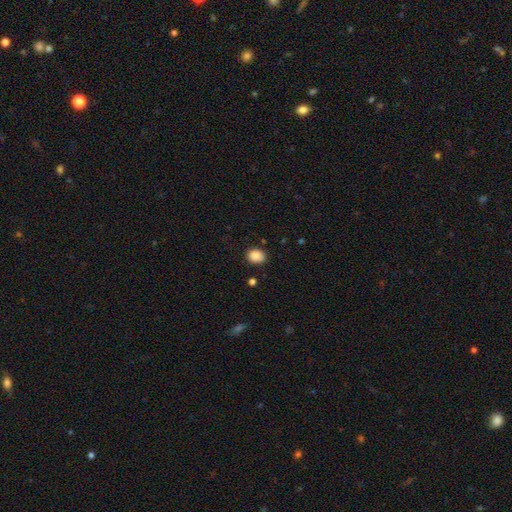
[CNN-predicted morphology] smooth 87%, star or artifact 9%, featured or disk 4%. Down the decision tree: how rounded — round (52%); merging — none (83%).